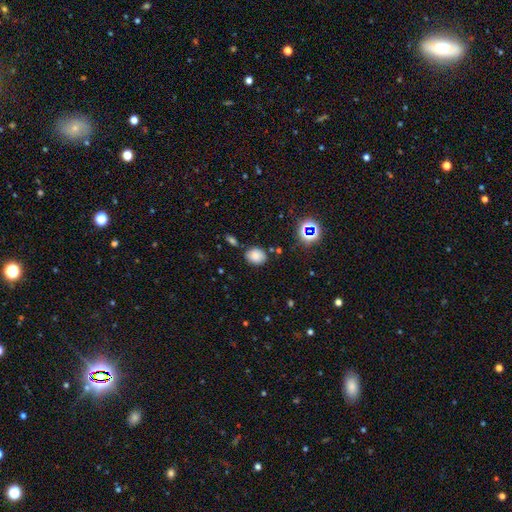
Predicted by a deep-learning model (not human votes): A smooth galaxy with no disk features (77%) that is round (57%). Merging: none (77%).